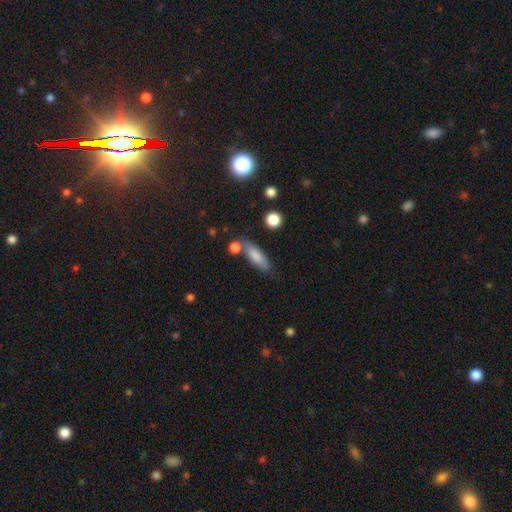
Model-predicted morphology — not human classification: type=smooth (79%); roundness=in between (51%); merging=none (64%).